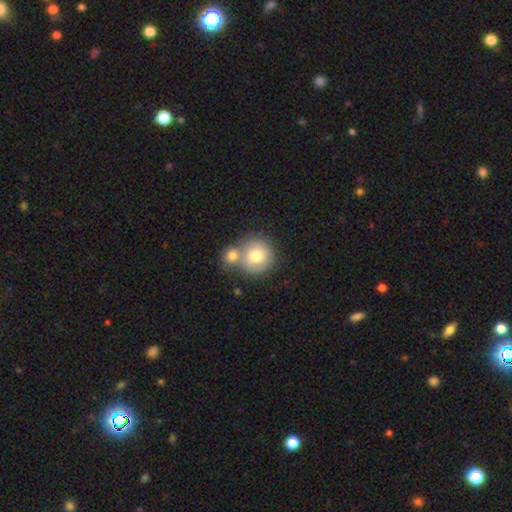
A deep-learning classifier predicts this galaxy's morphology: Smooth or featured? smooth (70%)
How rounded? round (87%)
Merging? merger (49%)